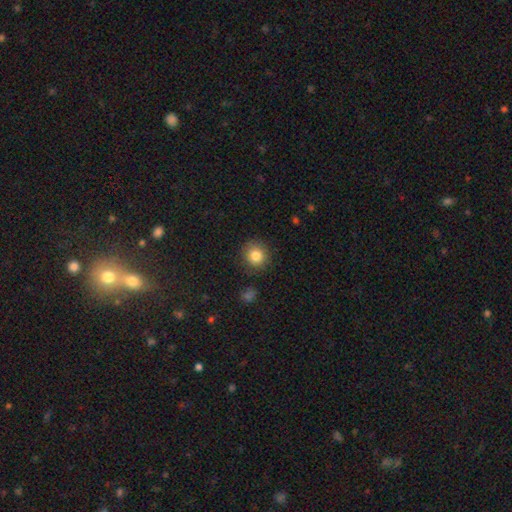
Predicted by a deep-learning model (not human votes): The model was most divided on "smooth or featured": smooth: 83%, star or artifact: 10%, featured or disk: 7%. More confident: how rounded — round (91%); merging — none (87%).